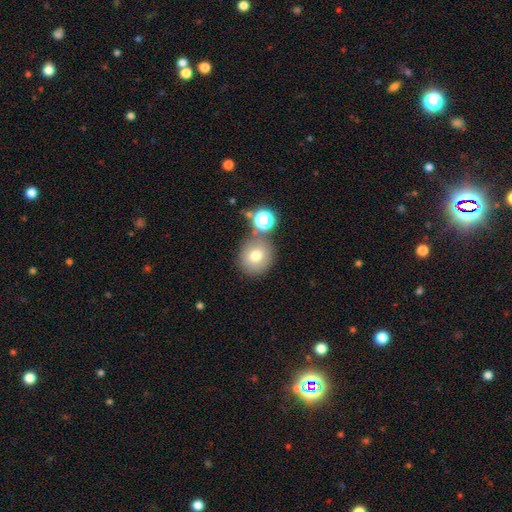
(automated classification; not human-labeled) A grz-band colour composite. It shows a smooth galaxy with no disk features (73%) that is round (88%). Merging: none (71%).